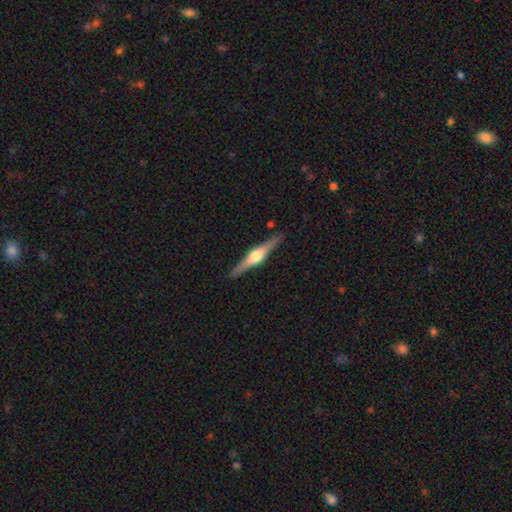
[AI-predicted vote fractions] Overall: featured or disk (81%). Edge-on disk: yes (98%). Edge-on bulge: rounded (94%). Merging: none (91%).